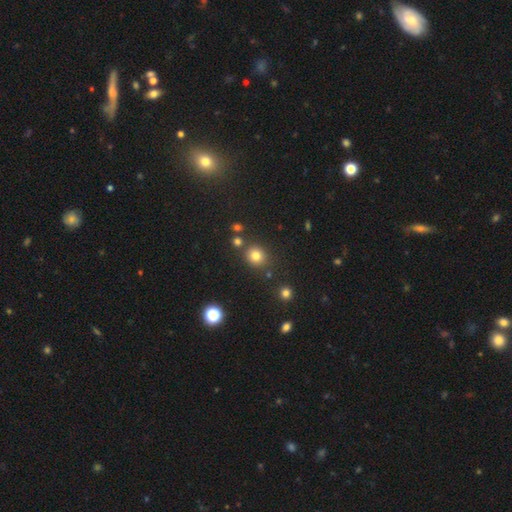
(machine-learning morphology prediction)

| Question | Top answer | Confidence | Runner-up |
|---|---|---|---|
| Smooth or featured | smooth | 78% | star or artifact (15%) |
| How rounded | round | 82% | in between (17%) |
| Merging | none | 81% | minor disturbance (9%) |